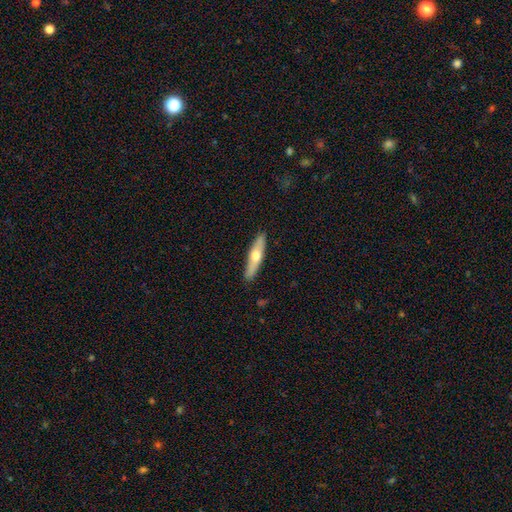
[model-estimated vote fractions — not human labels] A smooth galaxy with no disk features (48%). Merging: none (89%).